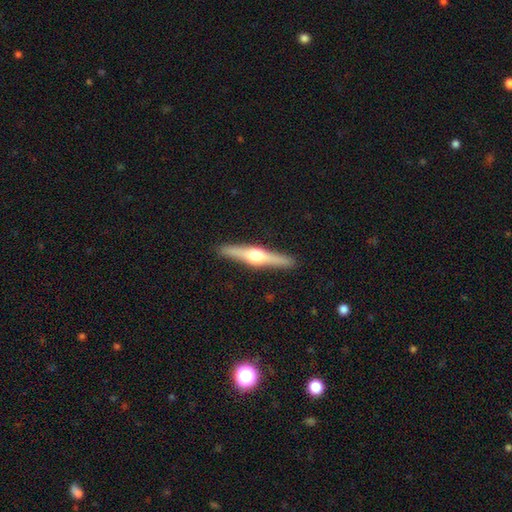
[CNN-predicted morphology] featured or disk 74%, smooth 21%, star or artifact 5%. Down the decision tree: edge-on disk — yes (98%); edge-on bulge — rounded (95%); merging — none (91%).